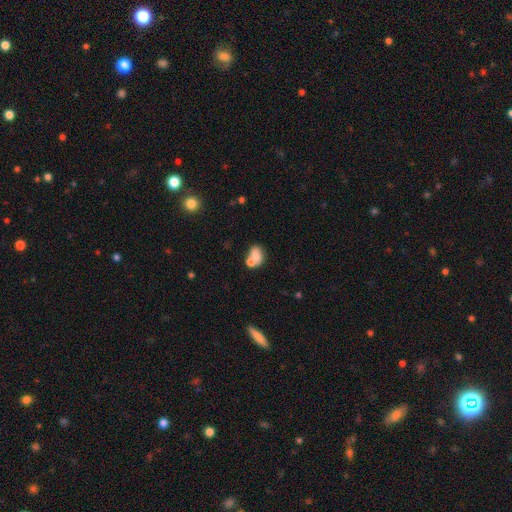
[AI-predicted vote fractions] A smooth galaxy with no disk features (70%) that is in between round and cigar-shaped (69%). Merging: merger (51%).